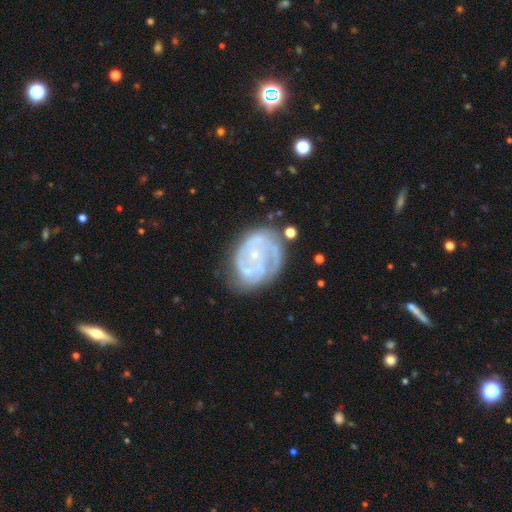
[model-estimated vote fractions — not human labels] featured or disk 82%, smooth 11%, star or artifact 7%. Down the decision tree: edge-on disk — no (98%); bar — no (75%); spiral arms — yes (87%); spiral arm count — can't tell (33%); spiral winding — tight (62%); bulge size — small (79%); merging — none (57%).